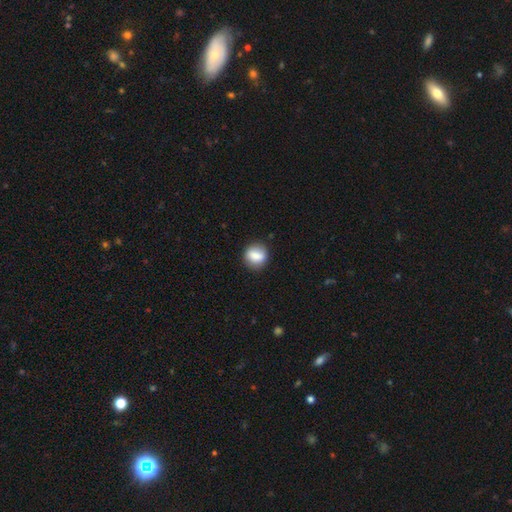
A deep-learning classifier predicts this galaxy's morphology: smooth 77%, featured or disk 15%, star or artifact 8%. Down the decision tree: how rounded — round (76%); merging — none (85%).